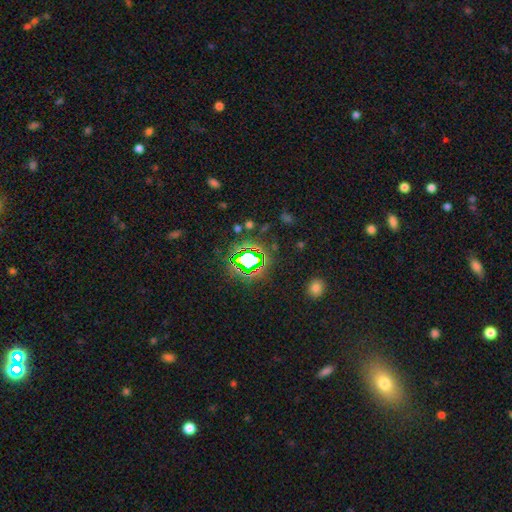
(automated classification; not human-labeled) This appears to be a star or artifact, not a galaxy (76%).